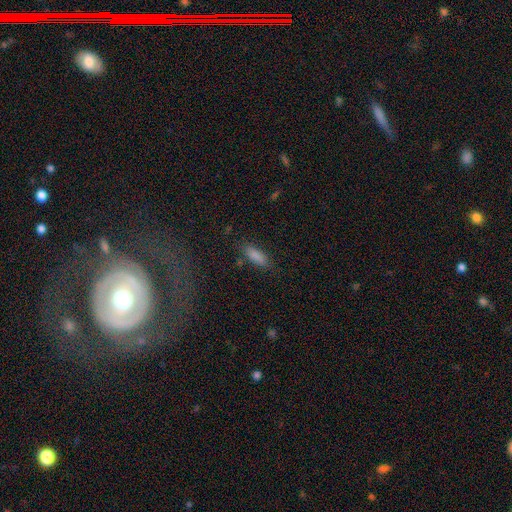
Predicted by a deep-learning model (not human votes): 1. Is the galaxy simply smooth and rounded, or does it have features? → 86% smooth, 8% star or artifact, 6% featured or disk.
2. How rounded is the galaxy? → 61% in between, 37% cigar-shaped, 2% round.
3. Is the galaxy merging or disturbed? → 79% none, 14% minor disturbance, 4% major disturbance, 3% merger.